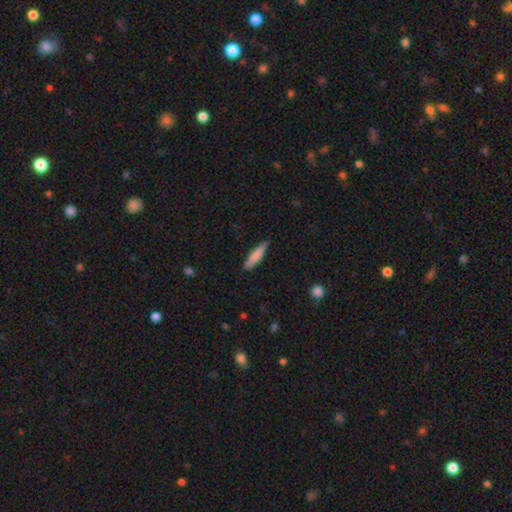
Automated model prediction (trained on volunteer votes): Morphology: type=smooth (78%); roundness=cigar-shaped (82%); merging=none (85%).